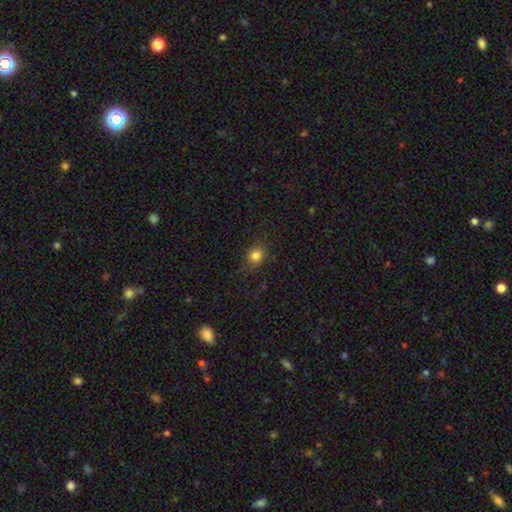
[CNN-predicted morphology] Smooth or featured? Predicted: smooth (p=0.81). How rounded? Predicted: round (p=0.65). Merging? Predicted: none (p=0.76).